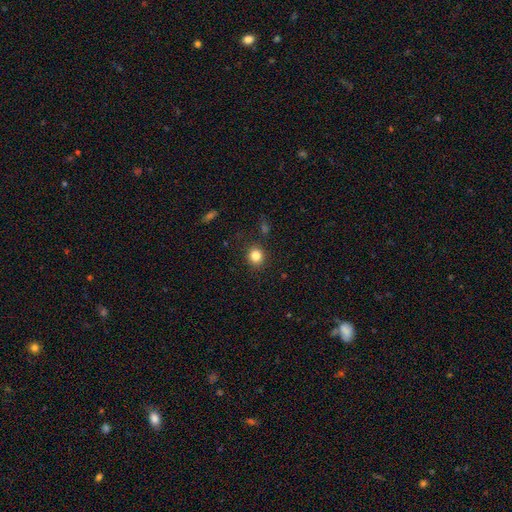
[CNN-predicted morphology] smooth_or_featured: smooth (p=0.83) [alt: star or artifact p=0.12]
how_rounded: round (p=0.88) [alt: in between p=0.11]
merging: none (p=0.89) [alt: minor disturbance p=0.07]